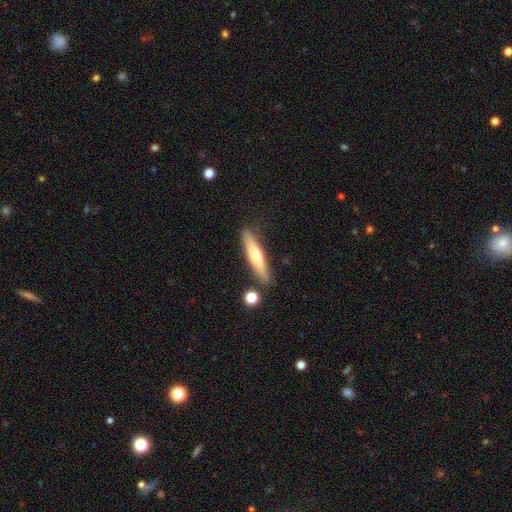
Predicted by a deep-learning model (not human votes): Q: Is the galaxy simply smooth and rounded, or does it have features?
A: smooth — 53%.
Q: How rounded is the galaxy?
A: cigar-shaped — 87%.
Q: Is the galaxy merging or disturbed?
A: none — 83%.